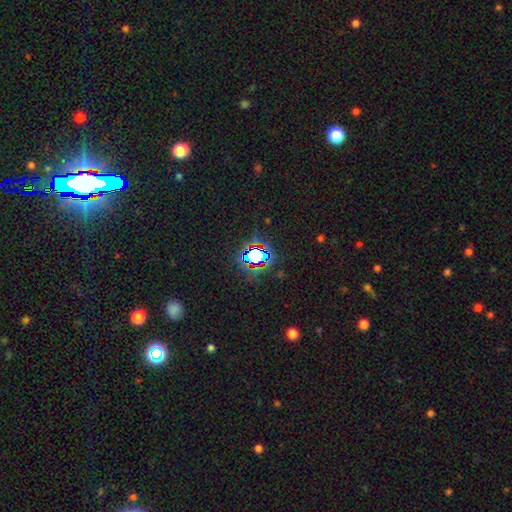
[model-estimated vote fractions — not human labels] This is likely a star or artifact rather than a galaxy (65%).